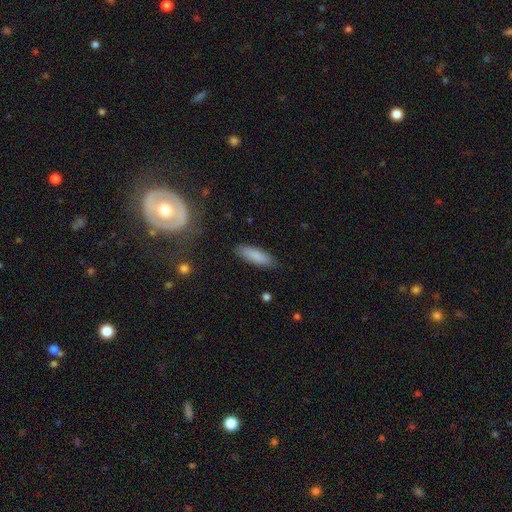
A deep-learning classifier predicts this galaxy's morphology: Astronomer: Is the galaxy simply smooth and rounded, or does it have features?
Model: smooth — 87%.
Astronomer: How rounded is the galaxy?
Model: cigar-shaped — 51% (runner-up: in between, 47%).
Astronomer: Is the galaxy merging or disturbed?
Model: none — 84%.